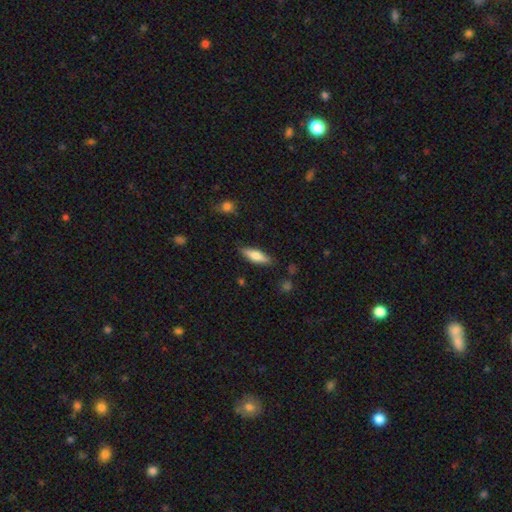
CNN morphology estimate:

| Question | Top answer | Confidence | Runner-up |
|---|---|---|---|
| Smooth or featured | smooth | 64% | featured or disk (30%) |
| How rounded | cigar-shaped | 52% | in between (46%) |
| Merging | none | 84% | minor disturbance (12%) |